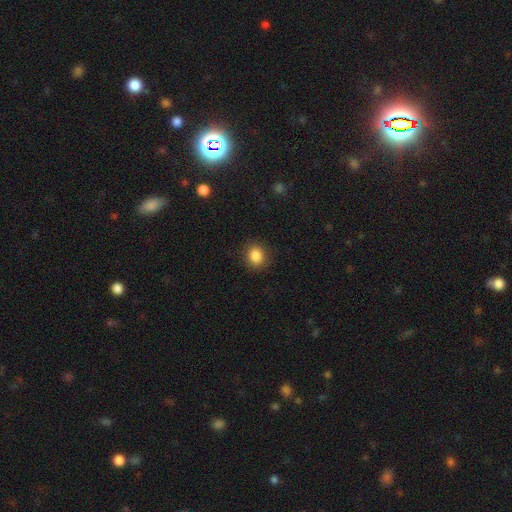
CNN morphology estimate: A smooth galaxy with no disk features (86%) that is round (72%). Merging: none (88%).